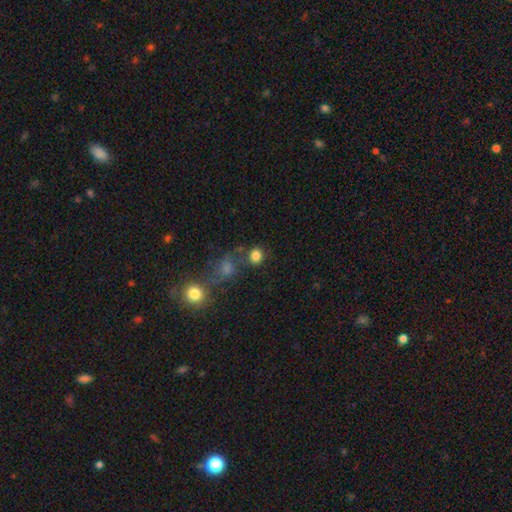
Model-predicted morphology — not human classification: Smooth or featured? Predicted: smooth (p=0.81). How rounded? Predicted: round (p=0.81). Merging? Predicted: none (p=0.67).